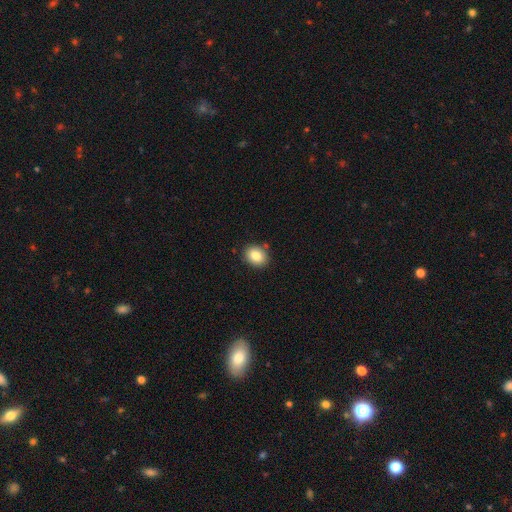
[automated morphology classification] A smooth galaxy with no disk features (83%) that is in between round and cigar-shaped (53%). Merging: none (85%).